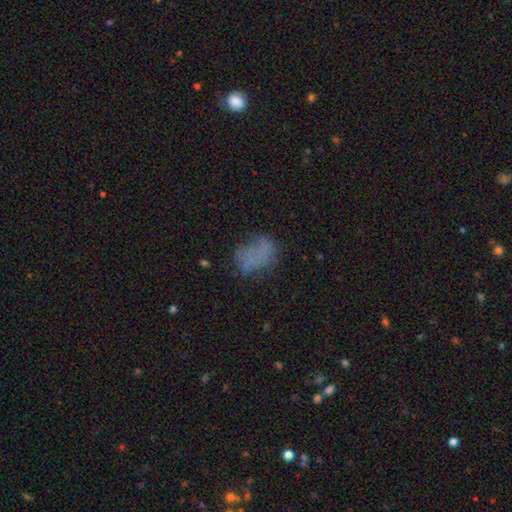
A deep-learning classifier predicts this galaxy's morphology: A smooth galaxy with no disk features (58%) that is in between round and cigar-shaped (73%). Merging: none (52%).